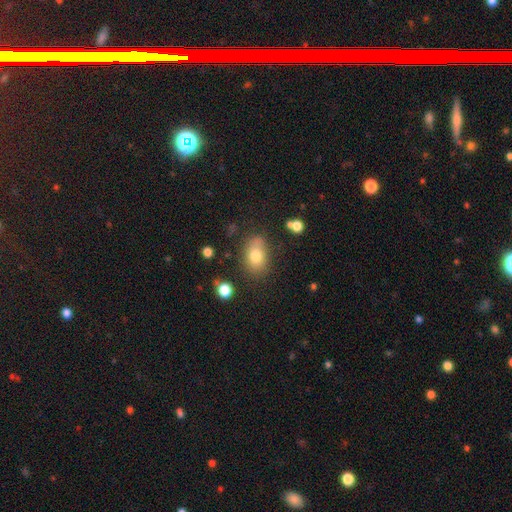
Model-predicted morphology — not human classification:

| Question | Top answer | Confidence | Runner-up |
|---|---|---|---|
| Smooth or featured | smooth | 77% | featured or disk (13%) |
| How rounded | in between | 77% | round (21%) |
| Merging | none | 68% | minor disturbance (20%) |